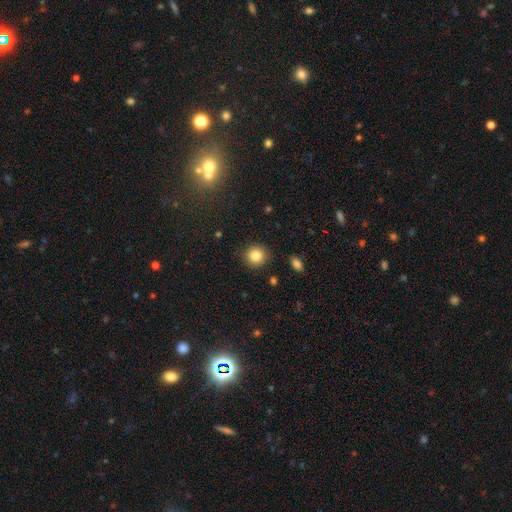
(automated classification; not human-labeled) The model was most divided on "smooth or featured": smooth: 84%, star or artifact: 10%, featured or disk: 6%. More confident: how rounded — round (90%); merging — none (89%).